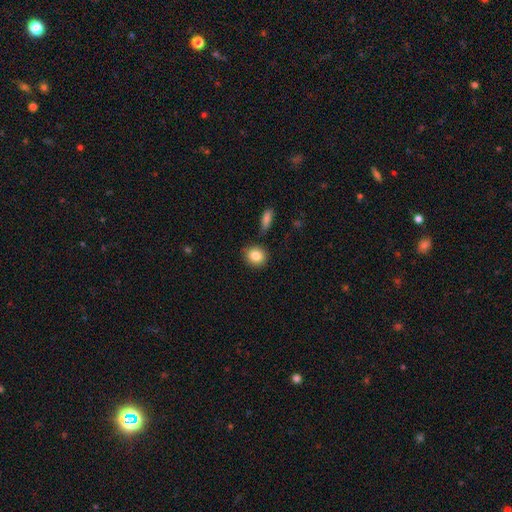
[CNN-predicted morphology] A smooth galaxy with no disk features (84%) that is round (78%). Merging: none (84%).